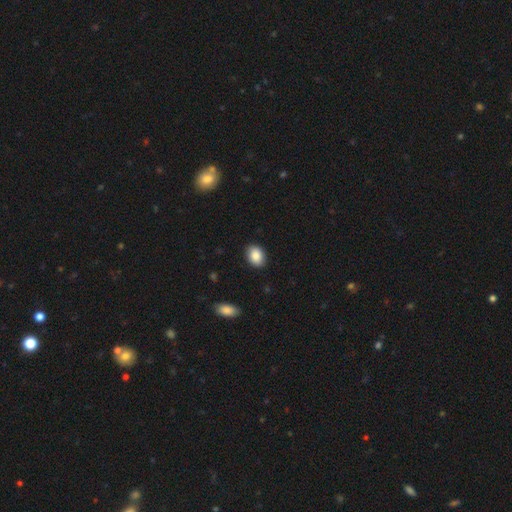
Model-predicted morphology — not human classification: type=smooth (87%); roundness=in between (71%); merging=none (89%).